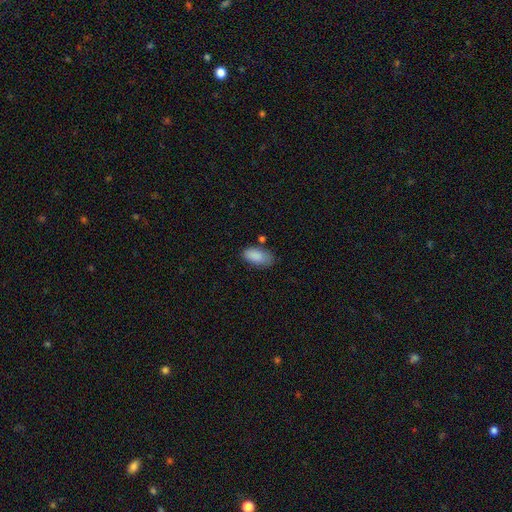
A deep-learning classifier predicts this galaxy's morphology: smooth-or-featured: smooth: 87% | star or artifact: 7% | featured or disk: 5%
  how-rounded: in between: 92% | cigar-shaped: 5% | round: 3%
  merging: none: 64% | minor disturbance: 24% | major disturbance: 6% | merger: 6%